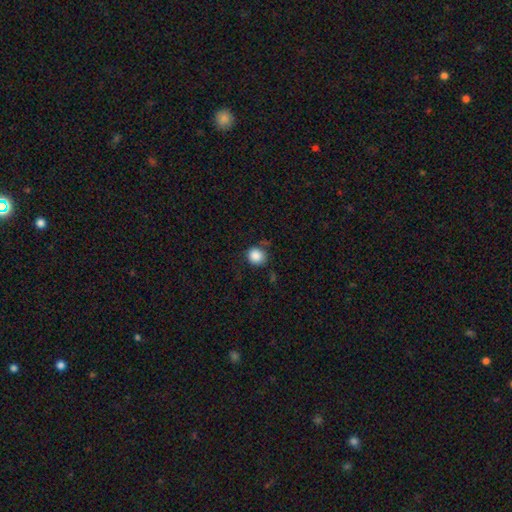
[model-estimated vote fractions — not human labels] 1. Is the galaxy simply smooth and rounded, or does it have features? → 87% smooth, 9% star or artifact, 4% featured or disk.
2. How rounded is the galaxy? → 88% round, 11% in between, 1% cigar-shaped.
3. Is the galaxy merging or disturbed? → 77% none, 16% minor disturbance, 4% major disturbance, 3% merger.